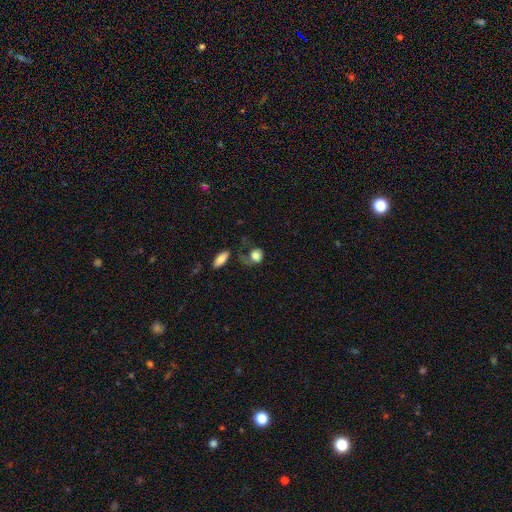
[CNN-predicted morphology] Smooth or featured? smooth (79%)
How rounded? round (67%)
Merging? none (38%)